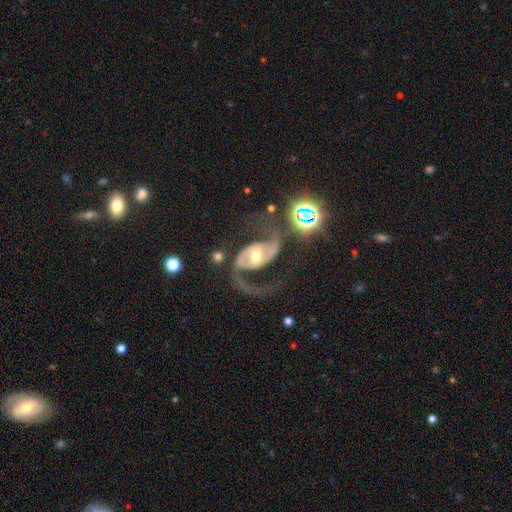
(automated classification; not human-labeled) Smooth or featured? Predicted: featured or disk (p=0.90). Edge-on disk? Predicted: no (p=0.97). Bar? Predicted: weak (p=0.38). Spiral arms? Predicted: yes (p=0.97). Spiral winding? Predicted: loose (p=0.56). Spiral arm count? Predicted: 2 (p=0.93). Bulge size? Predicted: moderate (p=0.69). Merging? Predicted: none (p=0.64).